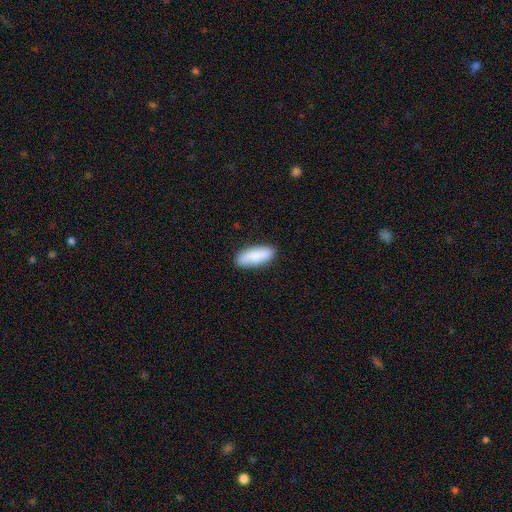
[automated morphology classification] Smooth or featured?
  - smooth: 86% *
  - featured or disk: 8%
  - star or artifact: 6%
How rounded?
  - in between: 69% *
  - cigar-shaped: 29%
  - round: 2%
Merging?
  - none: 85% *
  - minor disturbance: 12%
  - major disturbance: 2%
  - merger: 1%